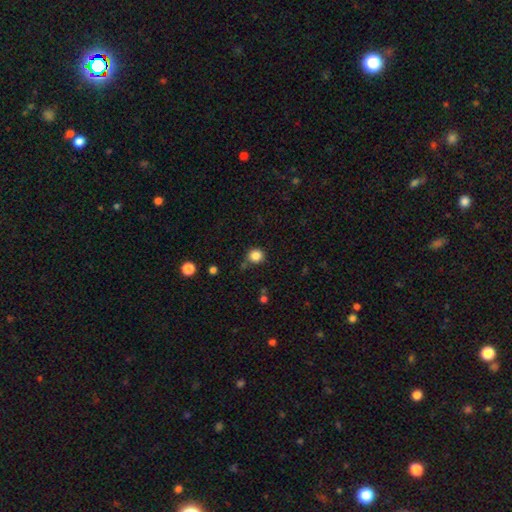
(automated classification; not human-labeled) Morphology: type=smooth (85%); roundness=round (91%); merging=none (78%).